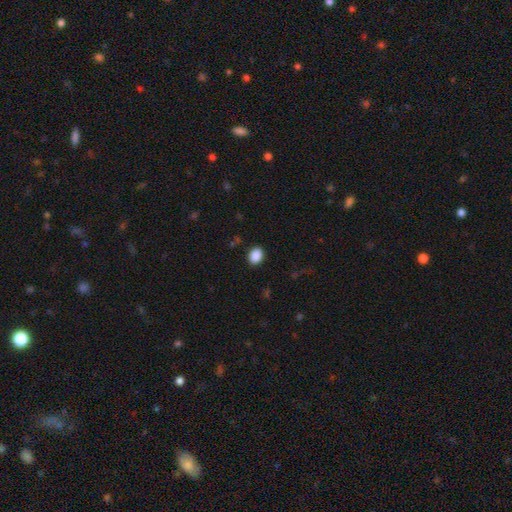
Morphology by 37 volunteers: smooth_or_featured: smooth (p=0.95) [alt: star or artifact p=0.05]
how_rounded: round (p=0.60) [alt: in between p=0.40]
merging: none (p=0.86) [alt: minor disturbance p=0.09]